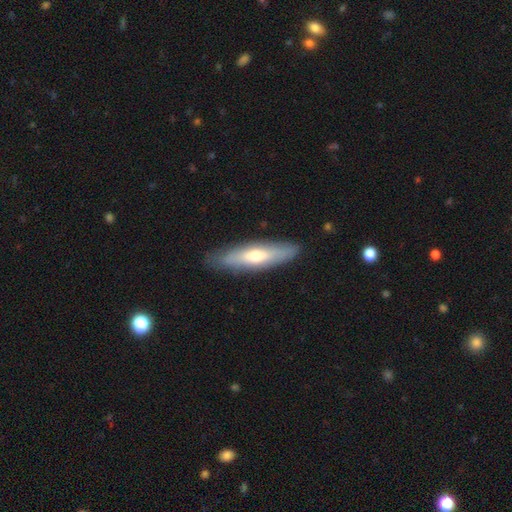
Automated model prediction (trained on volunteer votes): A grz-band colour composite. It shows a smooth galaxy with no disk features (51%) that is cigar-shaped (68%). Merging: none (86%).